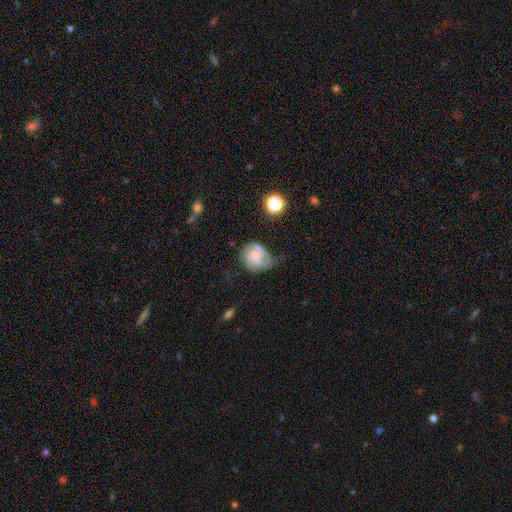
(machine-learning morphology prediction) Q: Smooth or featured?
A: featured or disk (52%); runner-up: smooth (38%)
Q: Edge-on disk?
A: no (97%); runner-up: yes (3%)
Q: Bar?
A: no (57%); runner-up: weak (35%)
Q: Spiral arms?
A: yes (69%); runner-up: no (31%)
Q: Bulge size?
A: small (47%); runner-up: moderate (41%)
Q: Merging?
A: minor disturbance (34%); tied with: none (34%)